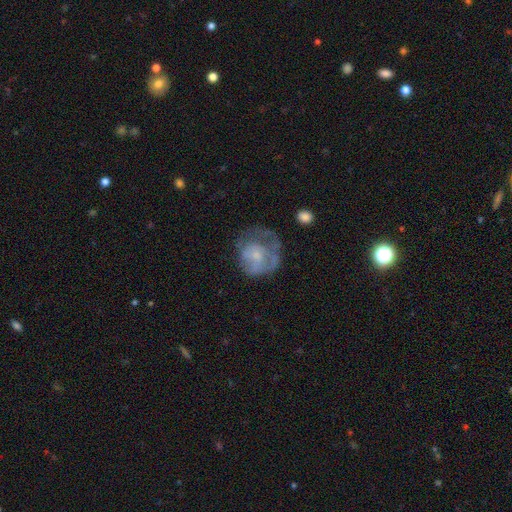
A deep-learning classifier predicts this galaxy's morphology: The model was most divided on "merging": none: 38%, major disturbance: 35%, minor disturbance: 24%, merger: 3%. More confident: edge-on disk — no (98%); smooth or featured — featured or disk (51%).